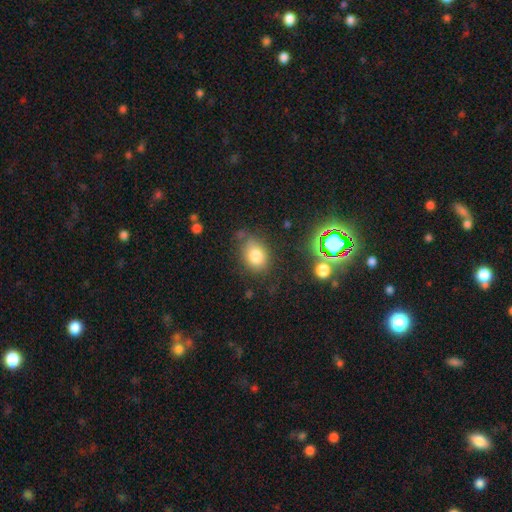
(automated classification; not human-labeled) A smooth galaxy with no disk features (79%) that is in between round and cigar-shaped (62%). Merging: none (68%).